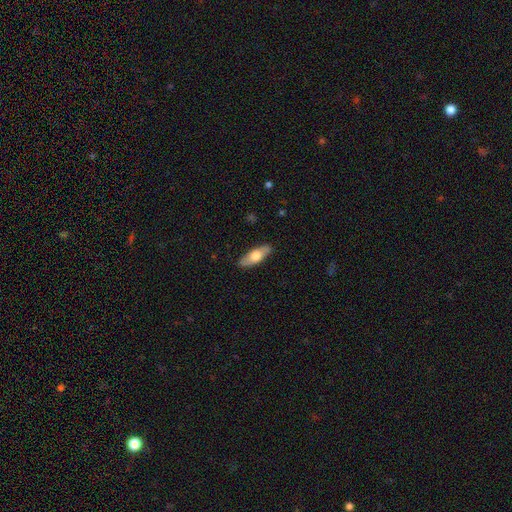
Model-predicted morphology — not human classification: Smooth or featured? smooth (60%)
How rounded? in between (63%)
Merging? none (88%)